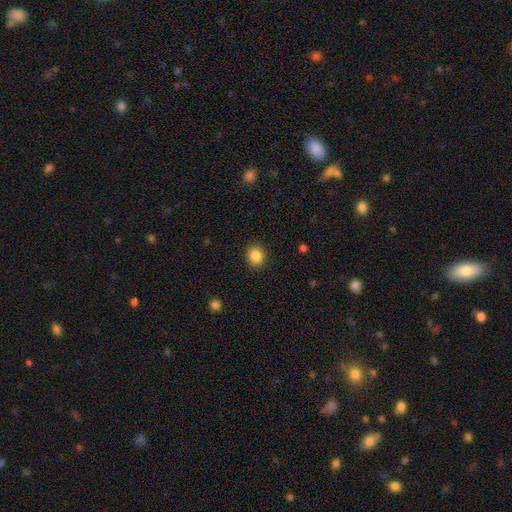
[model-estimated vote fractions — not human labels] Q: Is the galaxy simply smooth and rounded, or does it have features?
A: smooth — 85%.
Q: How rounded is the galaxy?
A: round — 68%.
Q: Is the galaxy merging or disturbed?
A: none — 88%.